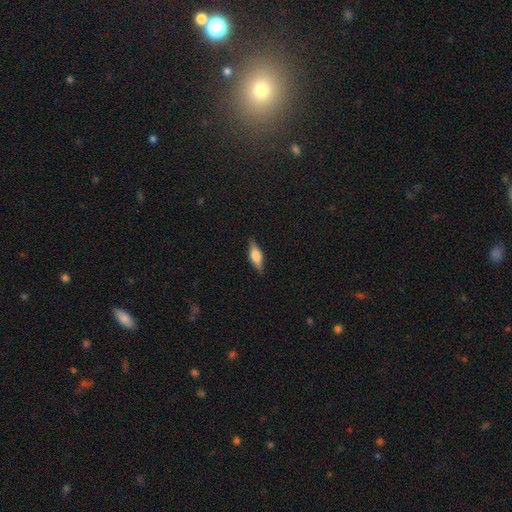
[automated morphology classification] featured or disk 48%, smooth 45%, star or artifact 7%. Down the decision tree: merging — none (86%).